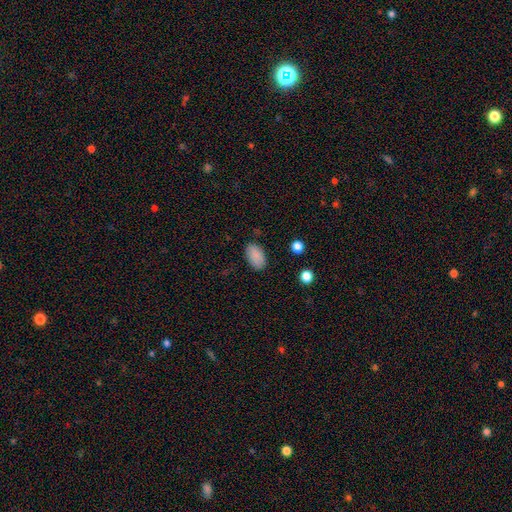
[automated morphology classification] This appears to be a smooth galaxy with no disk features (88%) that is in between round and cigar-shaped (93%). Merging: none (84%).